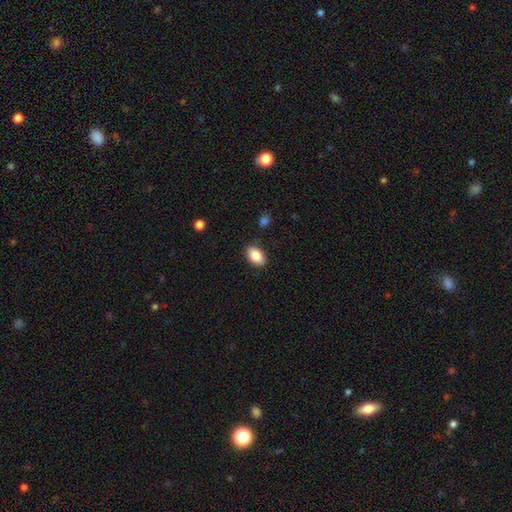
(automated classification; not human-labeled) Q: Smooth or featured?
A: smooth (86%); runner-up: star or artifact (7%)
Q: How rounded?
A: in between (90%); runner-up: round (8%)
Q: Merging?
A: none (85%); runner-up: minor disturbance (10%)